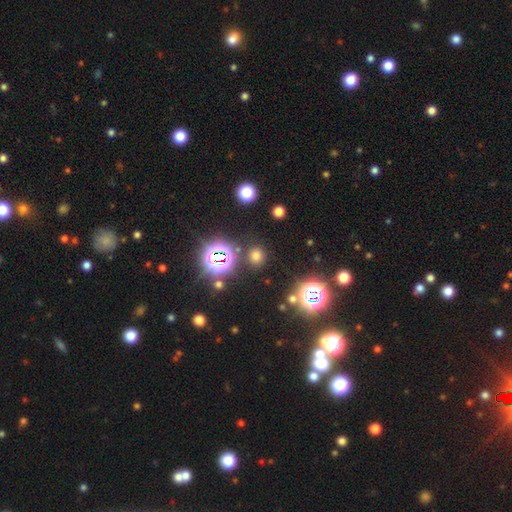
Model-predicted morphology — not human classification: smooth_or_featured: smooth (p=0.62) [alt: star or artifact p=0.33]
how_rounded: round (p=0.84) [alt: in between p=0.15]
merging: none (p=0.86) [alt: minor disturbance p=0.07]